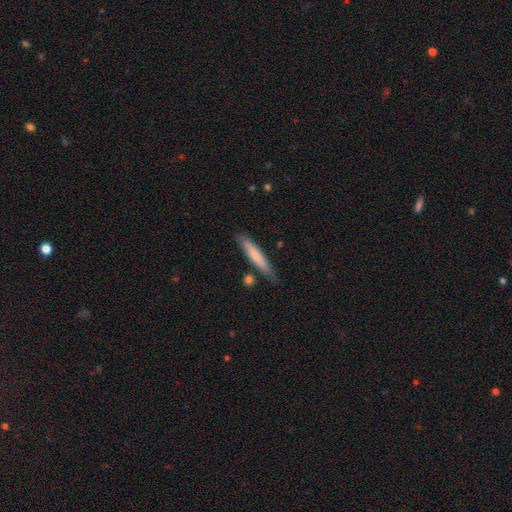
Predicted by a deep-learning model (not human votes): Q: Smooth or featured?
A: smooth (65%); runner-up: featured or disk (29%)
Q: How rounded?
A: cigar-shaped (92%); runner-up: in between (6%)
Q: Merging?
A: none (78%); runner-up: minor disturbance (15%)